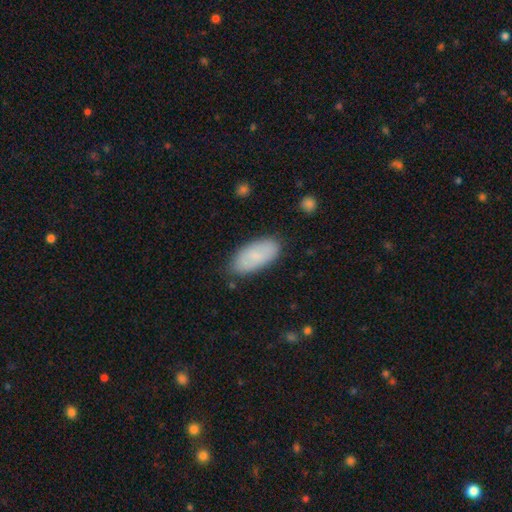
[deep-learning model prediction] Overall: smooth (77%). How rounded: in between (91%). Merging: none (80%).